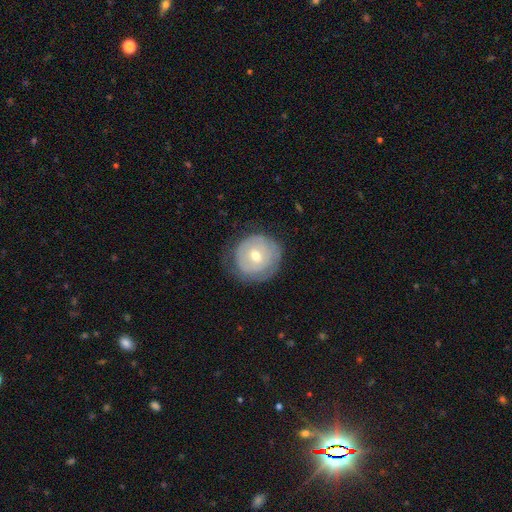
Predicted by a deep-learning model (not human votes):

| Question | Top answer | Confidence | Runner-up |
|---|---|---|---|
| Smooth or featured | featured or disk | 50% | smooth (43%) |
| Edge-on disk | no | 96% | yes (4%) |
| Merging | none | 70% | minor disturbance (21%) |